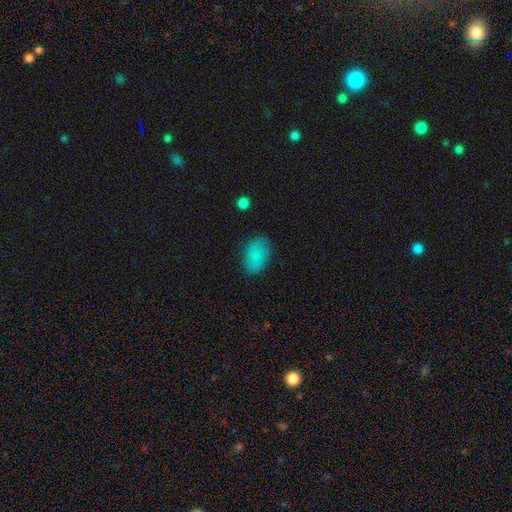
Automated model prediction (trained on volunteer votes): Morphology: type=smooth (83%); roundness=in between (90%); merging=none (79%).